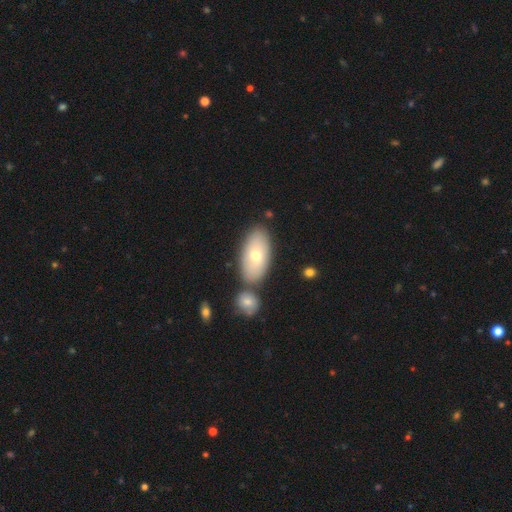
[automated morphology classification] type=smooth (68%); roundness=in between (93%); merging=none (69%).